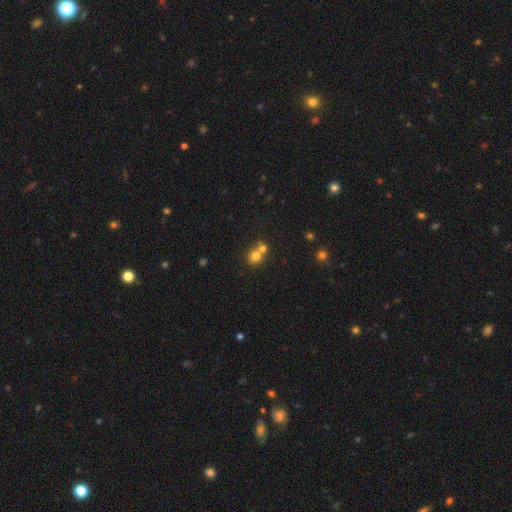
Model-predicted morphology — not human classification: smooth-or-featured: smooth: 75% | star or artifact: 14% | featured or disk: 11%
  how-rounded: round: 85% | in between: 14% | cigar-shaped: 1%
  merging: merger: 47% | none: 45% | minor disturbance: 6% | major disturbance: 3%